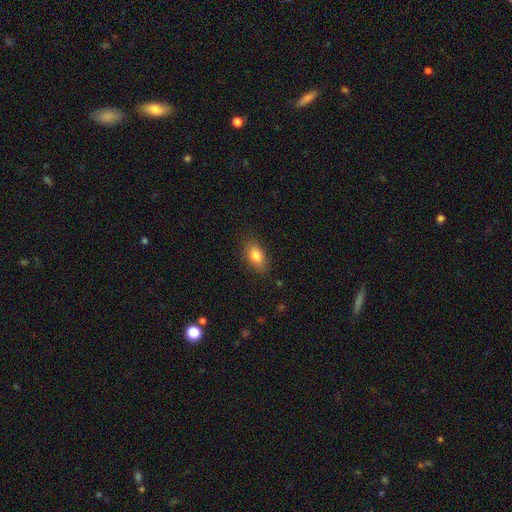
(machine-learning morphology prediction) Smooth or featured?
  - smooth: 82% *
  - featured or disk: 10%
  - star or artifact: 8%
How rounded?
  - in between: 87% *
  - round: 7%
  - cigar-shaped: 6%
Merging?
  - none: 83% *
  - minor disturbance: 12%
  - major disturbance: 3%
  - merger: 1%